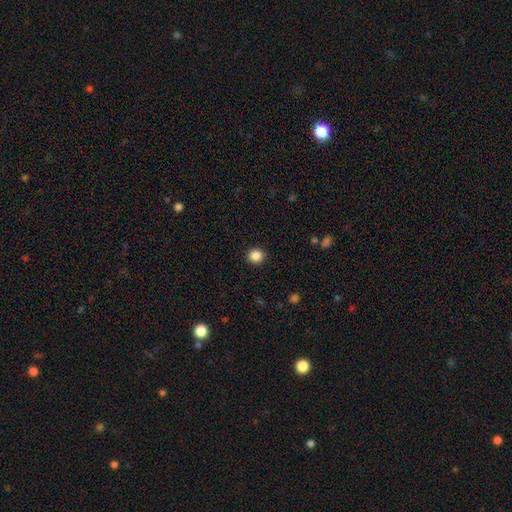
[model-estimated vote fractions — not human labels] Q: Smooth or featured?
A: smooth (86%); runner-up: star or artifact (10%)
Q: How rounded?
A: round (88%); runner-up: in between (11%)
Q: Merging?
A: none (92%); runner-up: minor disturbance (5%)